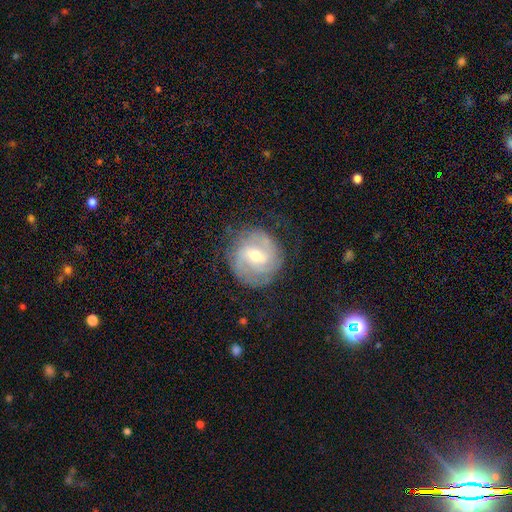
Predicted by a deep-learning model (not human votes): Smooth or featured: featured or disk — 78% (smooth — 15%)
Edge-on disk: no — 97% (yes — 3%)
Bar: weak — 54% (no — 26%)
Spiral arms: yes — 92% (no — 8%)
Spiral winding: tight — 51% (medium — 35%)
Spiral arm count: 2 — 46% (can't tell — 24%)
Bulge size: moderate — 64% (small — 31%)
Merging: none — 77% (minor disturbance — 15%)